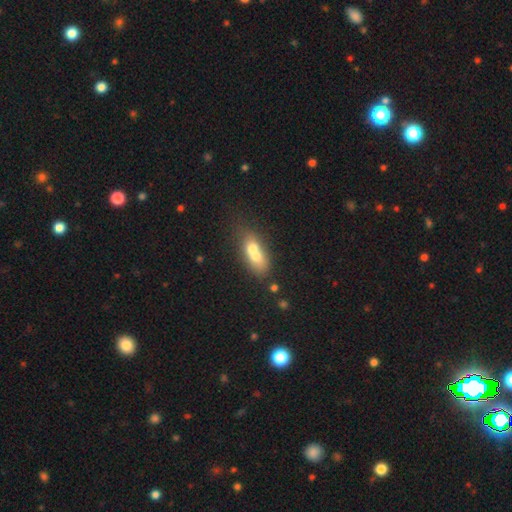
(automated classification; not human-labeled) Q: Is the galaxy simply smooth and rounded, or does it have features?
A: smooth — 63%.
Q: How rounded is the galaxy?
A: in between — 73%.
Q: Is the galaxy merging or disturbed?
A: merger — 65%.